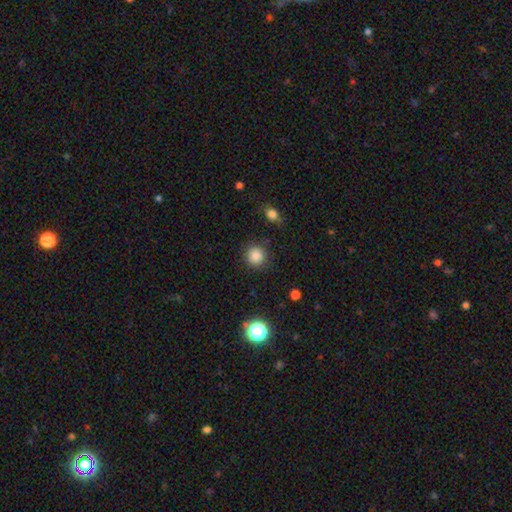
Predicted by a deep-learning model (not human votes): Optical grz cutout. It shows a smooth galaxy with no disk features (85%) that is round (92%). Merging: none (86%).